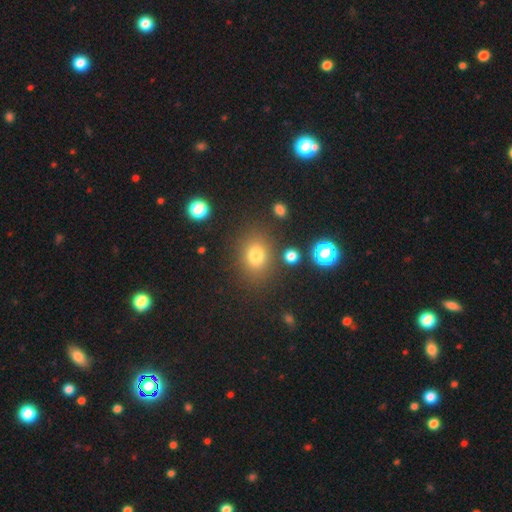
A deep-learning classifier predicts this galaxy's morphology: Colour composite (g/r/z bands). It shows a smooth galaxy with no disk features (77%) that is round (50%). Merging: none (80%).